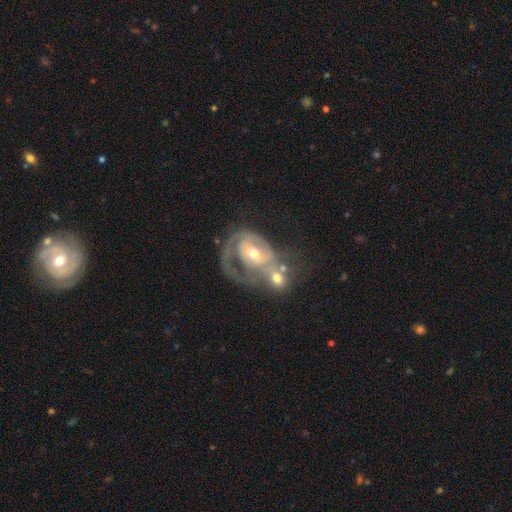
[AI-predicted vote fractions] smooth_or_featured: featured or disk (p=0.79) [alt: smooth p=0.15]
disk_edge_on: no (p=0.96) [alt: yes p=0.04]
bar: no (p=0.53) [alt: weak p=0.33]
has_spiral_arms: yes (p=0.78) [alt: no p=0.22]
spiral_winding: tight (p=0.51) [alt: medium p=0.33]
spiral_arm_count: 2 (p=0.34) [alt: 1 p=0.30]
bulge_size: moderate (p=0.55) [alt: small p=0.38]
merging: merger (p=0.54) [alt: none p=0.18]